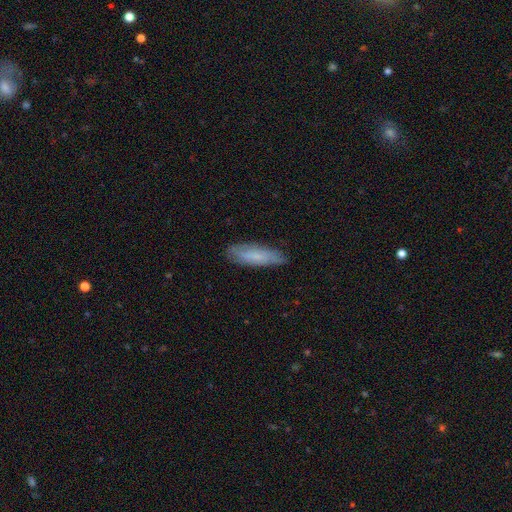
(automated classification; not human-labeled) Morphology: type=smooth (63%); roundness=cigar-shaped (56%); merging=none (80%).